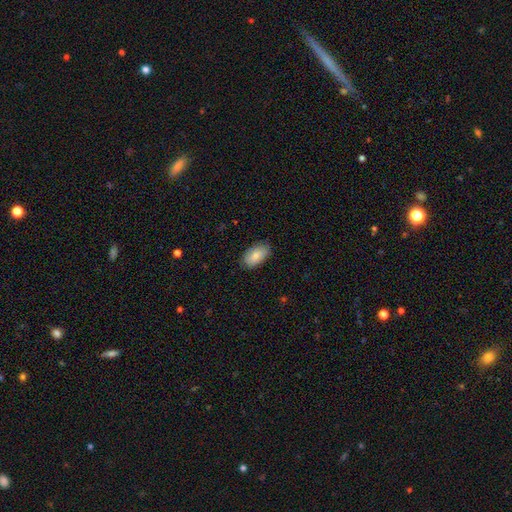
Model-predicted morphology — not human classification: Smooth or featured: smooth — 84% (featured or disk — 10%)
How rounded: in between — 94% (round — 4%)
Merging: none — 82% (minor disturbance — 14%)